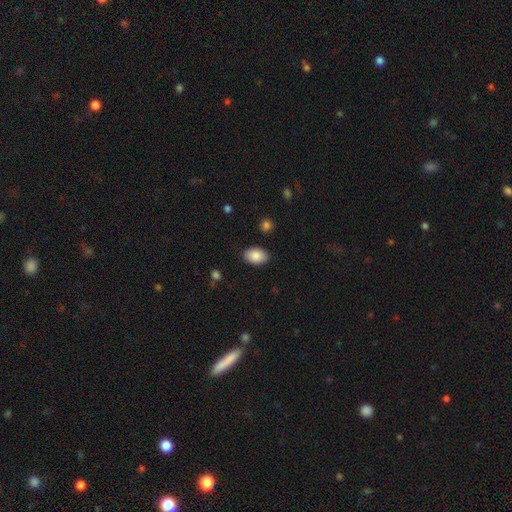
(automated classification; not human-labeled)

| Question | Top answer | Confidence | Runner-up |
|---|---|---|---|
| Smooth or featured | smooth | 86% | featured or disk (7%) |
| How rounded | in between | 90% | round (9%) |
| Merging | none | 86% | minor disturbance (10%) |